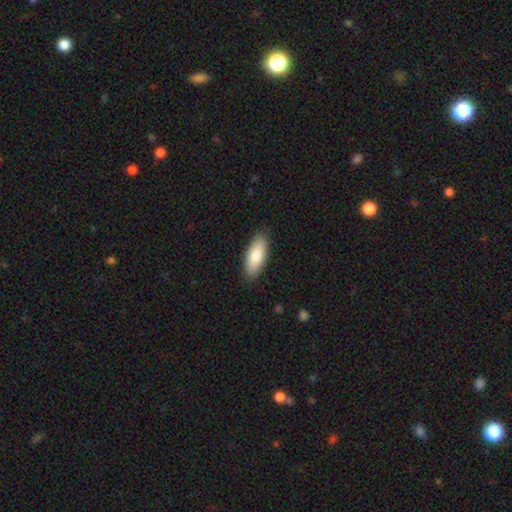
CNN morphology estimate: smooth 82%, featured or disk 13%, star or artifact 6%. Down the decision tree: how rounded — in between (79%); merging — none (88%).